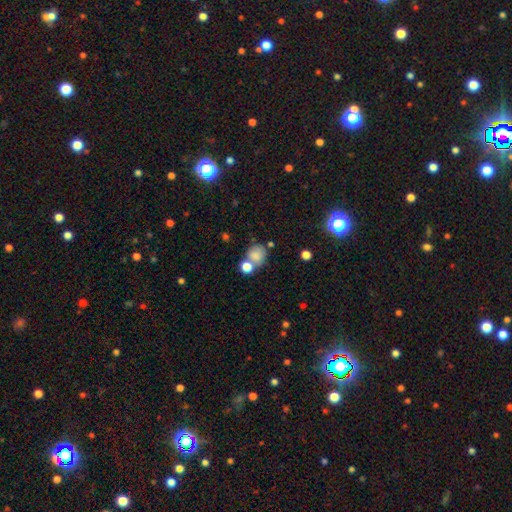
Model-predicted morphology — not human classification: Smooth or featured?
  - smooth: 78% *
  - star or artifact: 12%
  - featured or disk: 10%
How rounded?
  - round: 67% *
  - in between: 32%
  - cigar-shaped: 1%
Merging?
  - none: 46% *
  - merger: 33%
  - minor disturbance: 14%
  - major disturbance: 7%